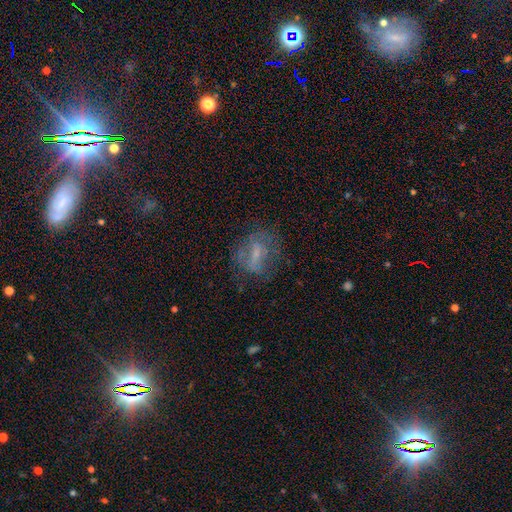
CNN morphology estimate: A featured or disk galaxy (49%).

Vote fractions:
- Smooth or featured? featured or disk: 49% / smooth: 37% / star or artifact: 13%
- Merging? none: 56% / minor disturbance: 21% / major disturbance: 21% / merger: 3%